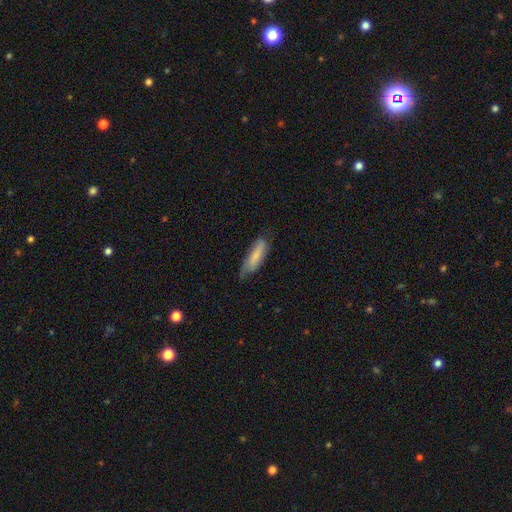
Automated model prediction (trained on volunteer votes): The model was most divided on "how rounded": cigar-shaped: 53%, in between: 45%, round: 2%. More confident: smooth or featured — smooth (69%); merging — none (55%).